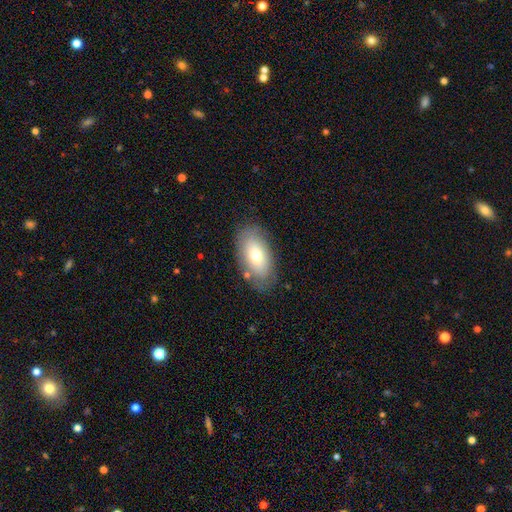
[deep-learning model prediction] Overall: smooth (67%). How rounded: in between (93%). Merging: none (80%).